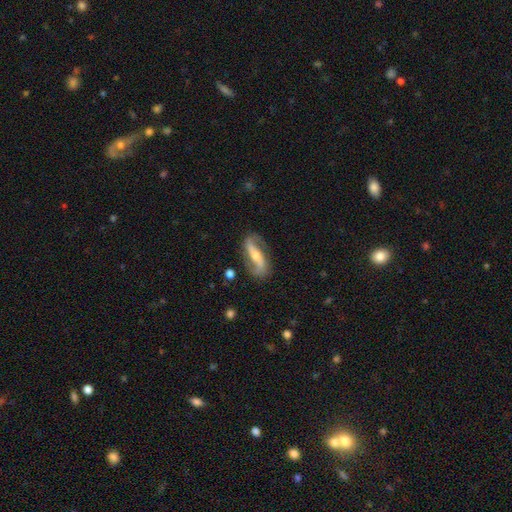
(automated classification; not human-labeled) Smooth or featured? featured or disk (83%)
Edge-on disk? no (87%)
Bar? strong (50%)
Spiral arms? yes (92%)
Spiral winding? loose (61%)
Spiral arm count? 2 (91%)
Bulge size? moderate (52%)
Merging? none (80%)